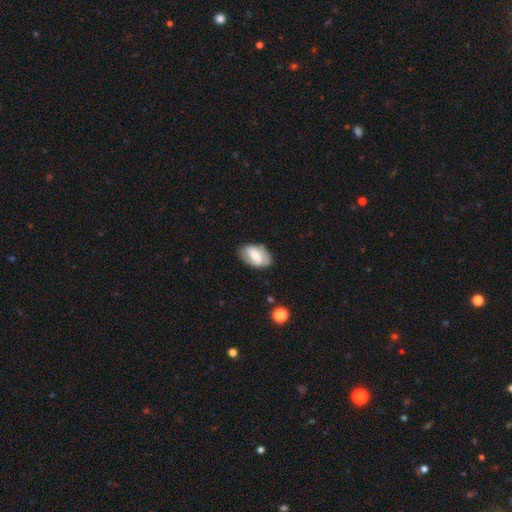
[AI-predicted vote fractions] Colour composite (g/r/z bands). It shows a smooth galaxy with no disk features (52%) that is in between round and cigar-shaped (90%). Merging: none (75%).